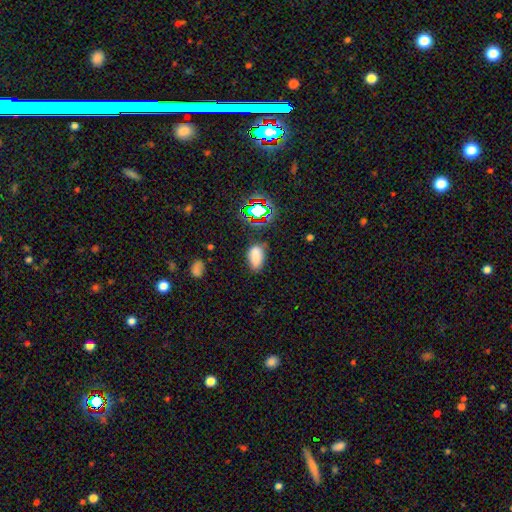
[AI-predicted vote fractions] A smooth galaxy with no disk features (73%) that is in between round and cigar-shaped (90%).

Vote fractions:
- Smooth or featured? smooth: 73% / star or artifact: 18% / featured or disk: 9%
- How rounded? in between: 90% / round: 6% / cigar-shaped: 4%
- Merging? none: 65% / minor disturbance: 23% / major disturbance: 7% / merger: 4%